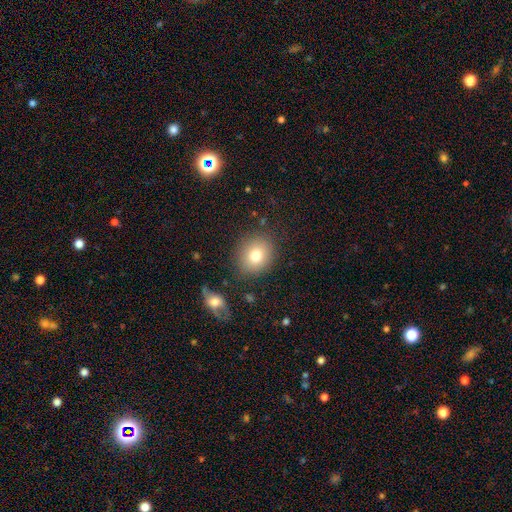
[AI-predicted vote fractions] Smooth or featured? smooth (78%)
How rounded? round (70%)
Merging? none (83%)